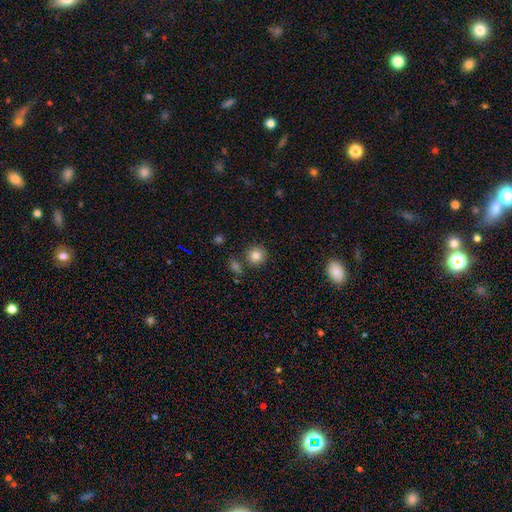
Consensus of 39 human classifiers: Smooth or featured? smooth (92%)
How rounded? round (97%)
Merging? none (79%)